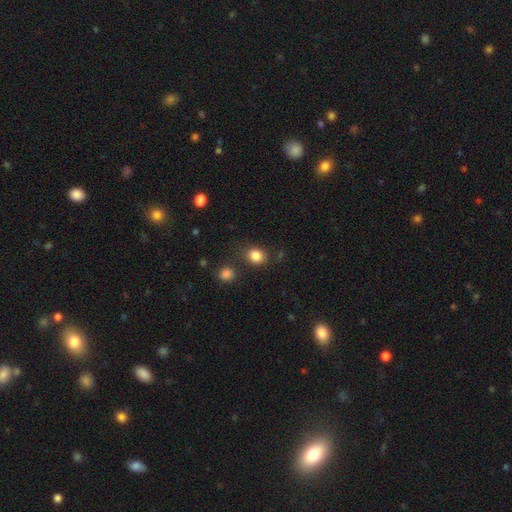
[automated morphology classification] smooth 84%, star or artifact 11%, featured or disk 5%. Down the decision tree: how rounded — round (68%); merging — none (77%).